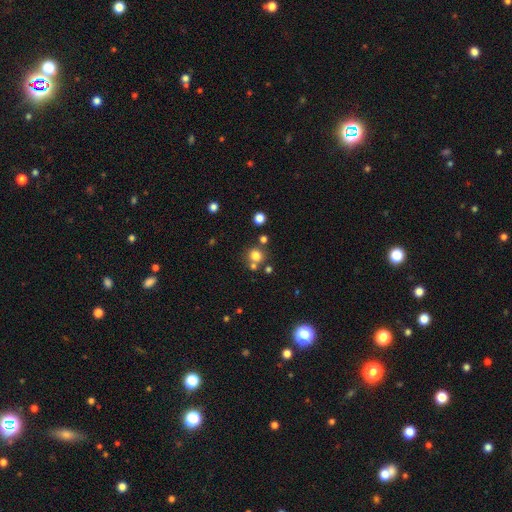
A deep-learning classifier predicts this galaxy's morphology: Smooth or featured? smooth (77%)
How rounded? round (89%)
Merging? none (69%)